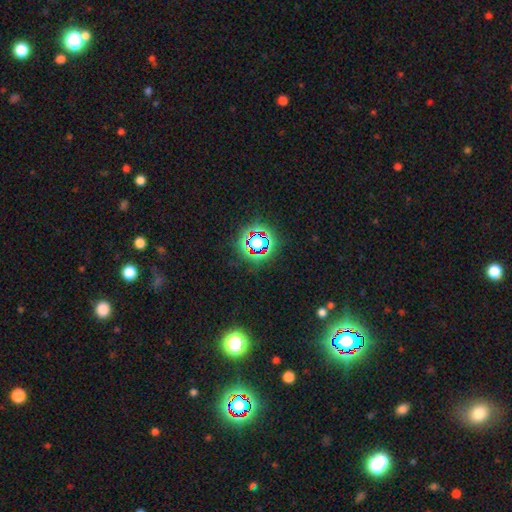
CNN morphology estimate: Smooth or featured: star or artifact — 80% (smooth — 13%)